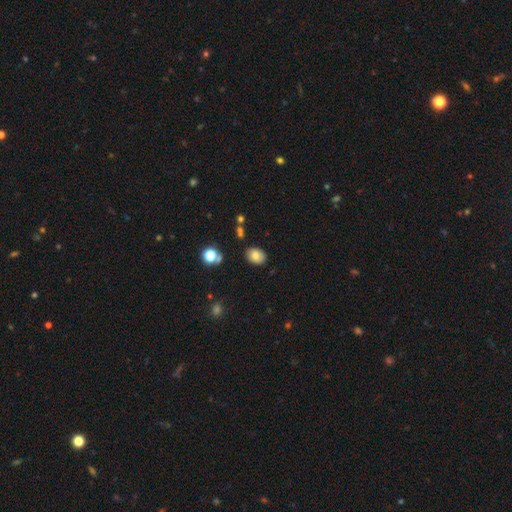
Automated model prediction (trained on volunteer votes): smooth_or_featured: smooth (p=0.77) [alt: featured or disk p=0.11]
how_rounded: in between (p=0.64) [alt: round p=0.35]
merging: none (p=0.84) [alt: minor disturbance p=0.11]